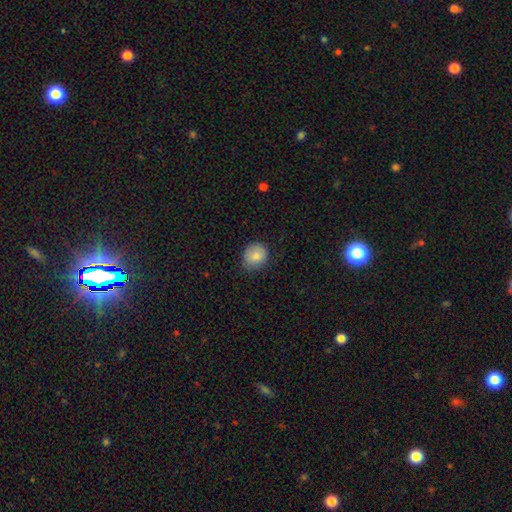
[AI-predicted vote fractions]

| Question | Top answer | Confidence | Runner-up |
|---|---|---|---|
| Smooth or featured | smooth | 83% | featured or disk (9%) |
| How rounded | round | 79% | in between (20%) |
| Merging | none | 74% | minor disturbance (21%) |